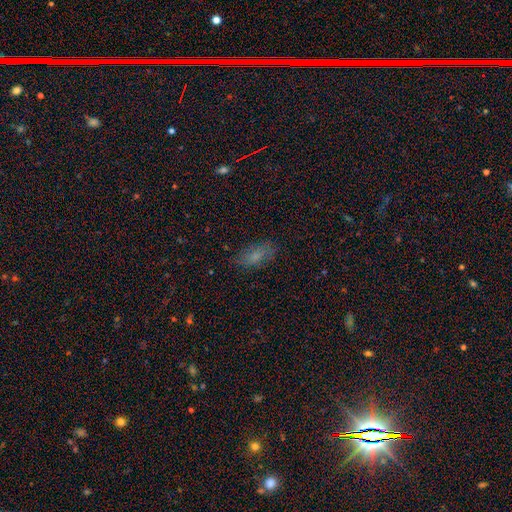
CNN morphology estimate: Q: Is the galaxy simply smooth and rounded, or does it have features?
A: smooth — 69%.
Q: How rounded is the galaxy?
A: in between — 84%.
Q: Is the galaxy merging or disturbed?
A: none — 78%.